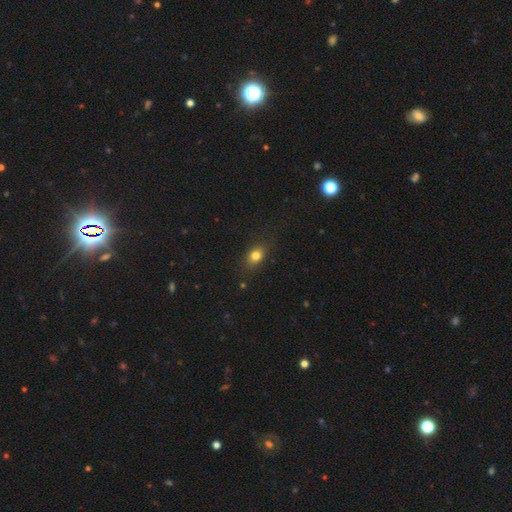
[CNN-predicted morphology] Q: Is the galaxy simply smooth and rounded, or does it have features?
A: smooth — 79%.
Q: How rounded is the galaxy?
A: in between — 61%.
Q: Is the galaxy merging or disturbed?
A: none — 82%.